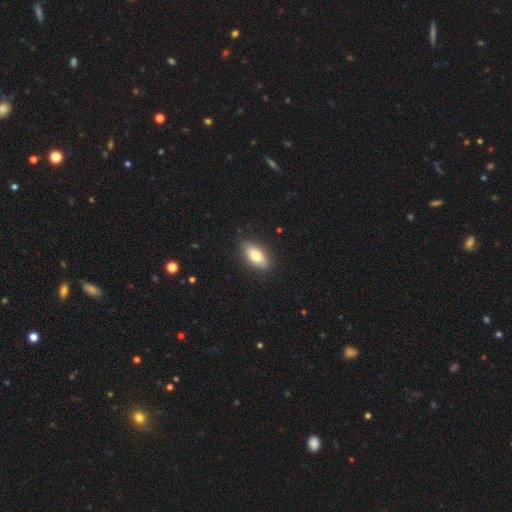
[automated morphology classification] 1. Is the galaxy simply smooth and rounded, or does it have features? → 78% smooth, 15% featured or disk, 6% star or artifact.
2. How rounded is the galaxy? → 89% in between, 8% cigar-shaped, 3% round.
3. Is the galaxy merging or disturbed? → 87% none, 10% minor disturbance, 2% major disturbance, 1% merger.